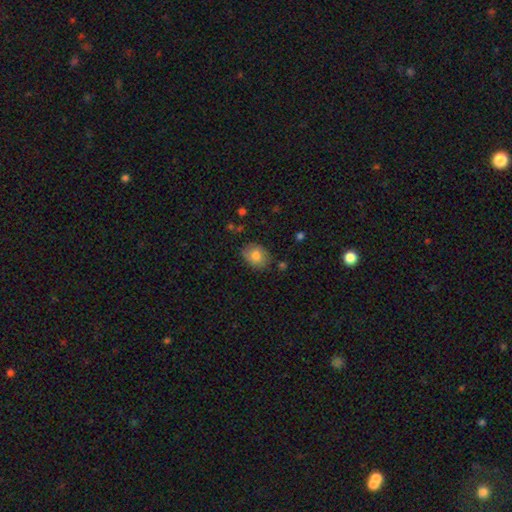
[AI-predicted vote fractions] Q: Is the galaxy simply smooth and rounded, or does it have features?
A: smooth — 80%.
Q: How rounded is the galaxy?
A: in between — 61%.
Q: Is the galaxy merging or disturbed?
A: none — 76%.